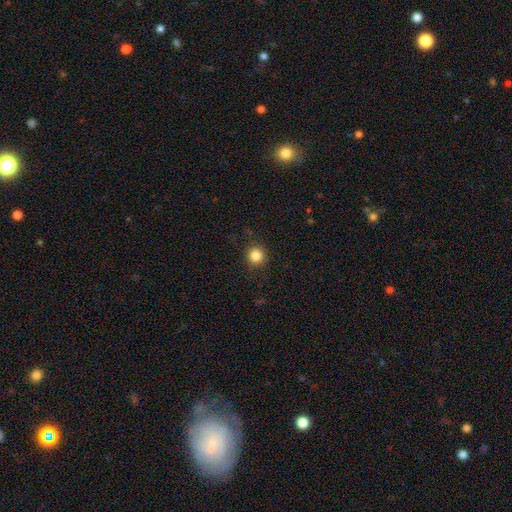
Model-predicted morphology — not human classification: smooth_or_featured: smooth (p=0.85) [alt: star or artifact p=0.11]
how_rounded: round (p=0.92) [alt: in between p=0.07]
merging: none (p=0.87) [alt: minor disturbance p=0.09]